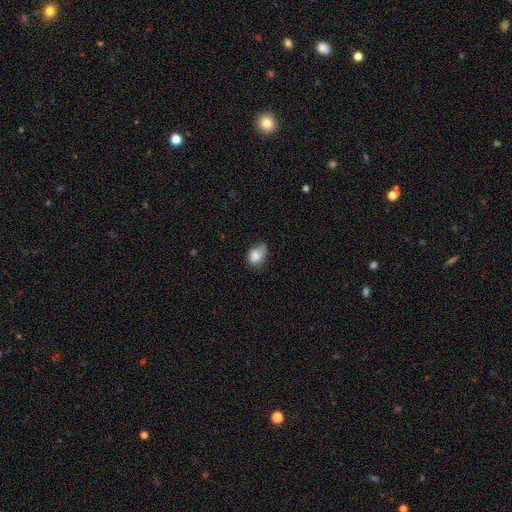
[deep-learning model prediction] smooth-or-featured: smooth: 77% | featured or disk: 14% | star or artifact: 9%
  how-rounded: in between: 73% | round: 26% | cigar-shaped: 1%
  merging: none: 39% | minor disturbance: 38% | major disturbance: 17% | merger: 5%